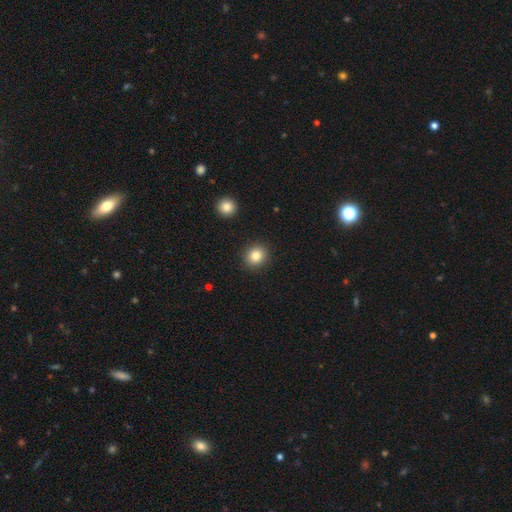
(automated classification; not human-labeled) A smooth galaxy with no disk features (83%) that is round (83%).

Vote fractions:
- Smooth or featured? smooth: 83% / star or artifact: 11% / featured or disk: 6%
- How rounded? round: 83% / in between: 17% / cigar-shaped: 1%
- Merging? none: 90% / minor disturbance: 6% / major disturbance: 2% / merger: 2%